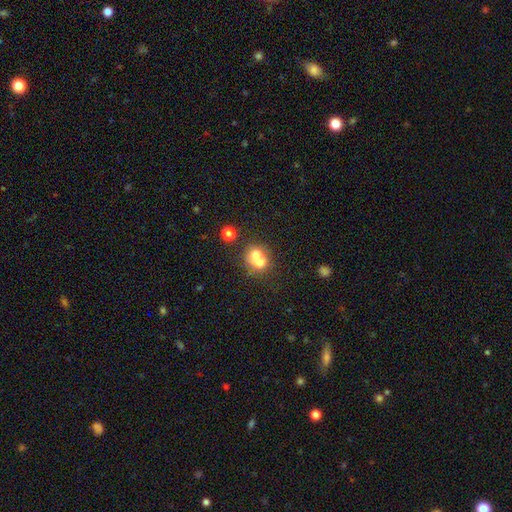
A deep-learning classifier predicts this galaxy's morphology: type=smooth (65%); roundness=round (73%); merging=merger (64%).